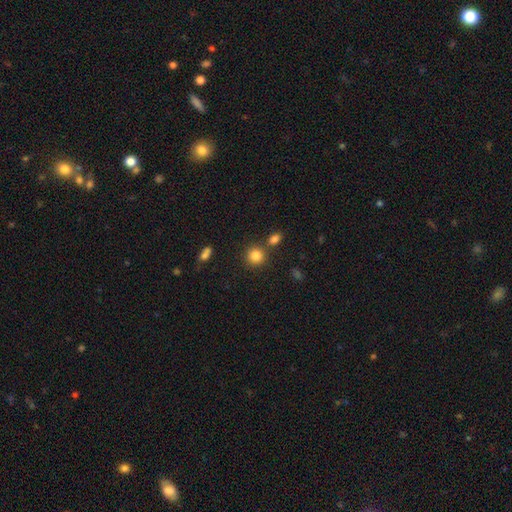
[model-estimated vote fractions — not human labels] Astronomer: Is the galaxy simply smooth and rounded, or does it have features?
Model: smooth — 84%.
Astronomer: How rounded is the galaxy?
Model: round — 89%.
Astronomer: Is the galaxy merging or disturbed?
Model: none — 75%.